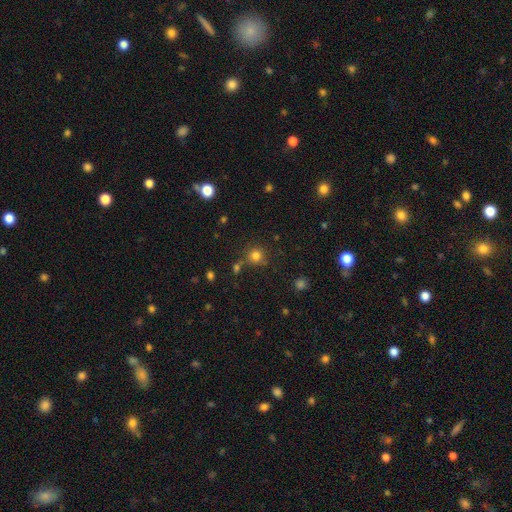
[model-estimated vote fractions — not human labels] Morphology: type=smooth (79%); roundness=round (92%); merging=none (75%).